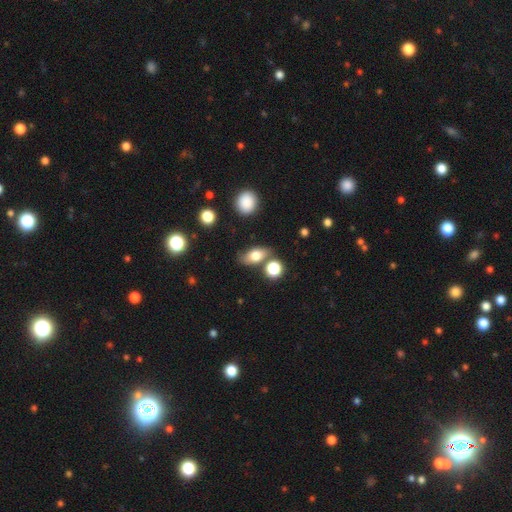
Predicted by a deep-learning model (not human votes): Smooth or featured: smooth — 70% (featured or disk — 20%)
How rounded: in between — 78% (round — 14%)
Merging: none — 69% (minor disturbance — 15%)